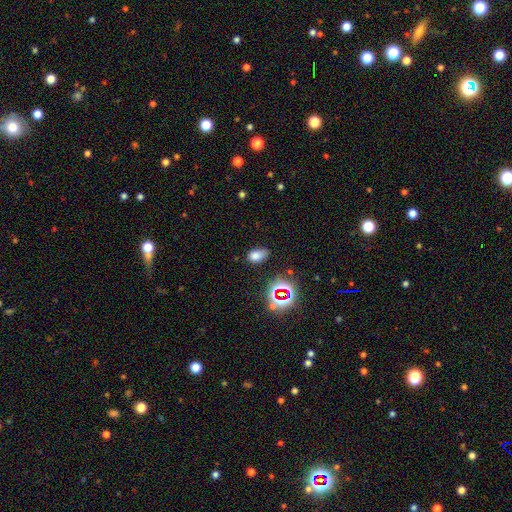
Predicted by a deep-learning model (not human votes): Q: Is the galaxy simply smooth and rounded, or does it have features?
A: smooth — 71%.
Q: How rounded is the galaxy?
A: in between — 86%.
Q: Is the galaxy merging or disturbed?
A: none — 67%.